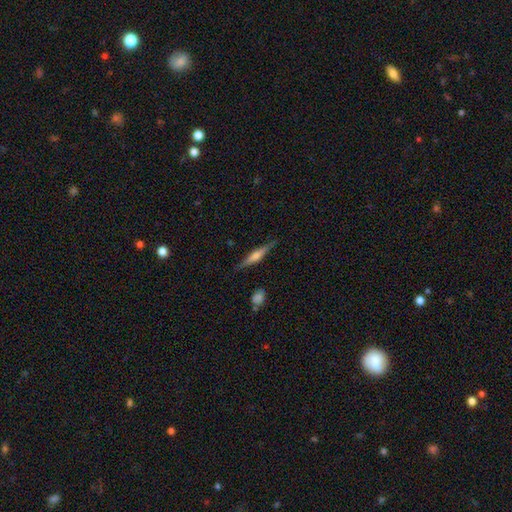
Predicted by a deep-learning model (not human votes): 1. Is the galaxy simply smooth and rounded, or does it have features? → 60% featured or disk, 34% smooth, 6% star or artifact.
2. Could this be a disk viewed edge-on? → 97% yes, 3% no.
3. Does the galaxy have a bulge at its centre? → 73% rounded, 18% boxy, 10% none.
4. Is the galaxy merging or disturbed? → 86% none, 10% minor disturbance, 2% major disturbance, 2% merger.